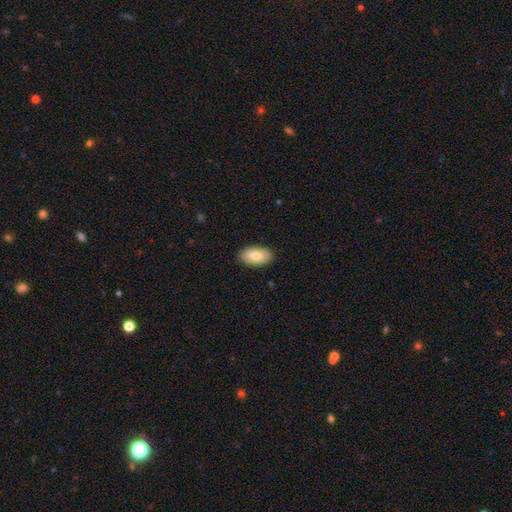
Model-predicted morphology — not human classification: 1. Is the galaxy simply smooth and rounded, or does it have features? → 79% smooth, 14% featured or disk, 6% star or artifact.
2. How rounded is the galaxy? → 94% in between, 4% round, 2% cigar-shaped.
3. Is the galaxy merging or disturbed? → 88% none, 9% minor disturbance, 2% major disturbance, 1% merger.